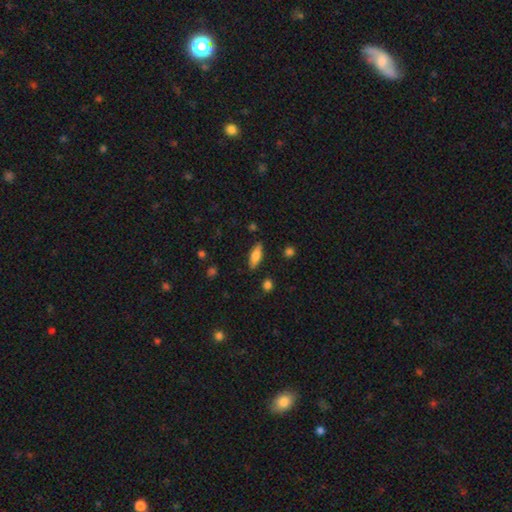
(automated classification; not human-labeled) smooth-or-featured: smooth: 69% | featured or disk: 25% | star or artifact: 7%
  how-rounded: in between: 64% | cigar-shaped: 33% | round: 3%
  merging: none: 85% | minor disturbance: 10% | major disturbance: 2% | merger: 2%